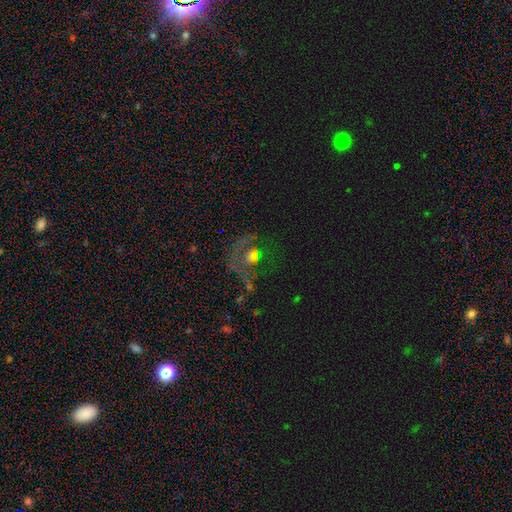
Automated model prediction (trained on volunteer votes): Overall: star or artifact (45%; featured or disk 29%).